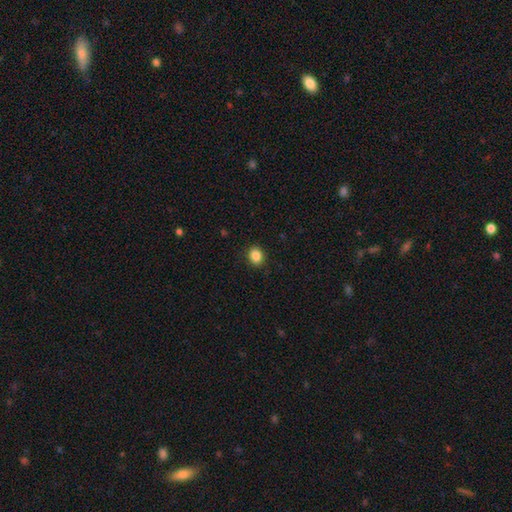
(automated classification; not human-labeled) This appears to be a smooth galaxy with no disk features (86%) that is round (54%). Merging: none (90%).